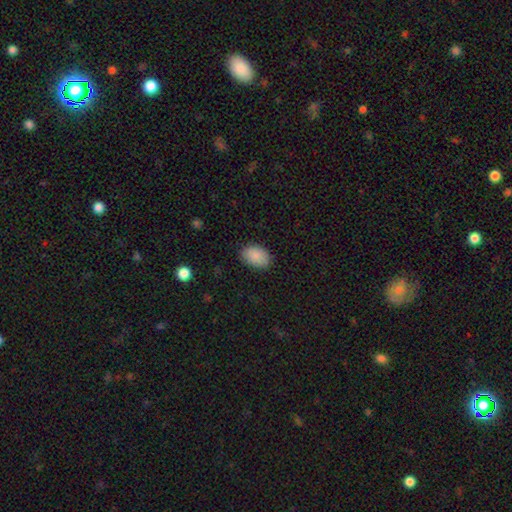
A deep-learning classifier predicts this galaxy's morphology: This is clearly a smooth galaxy (88%). How rounded: clearly in between (86%). Merging: clearly none (85%).